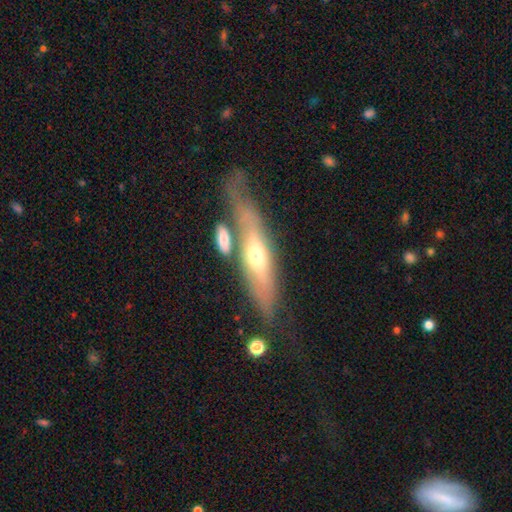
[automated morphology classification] A featured or disk galaxy (66%) viewed edge-on (64%). Merging: none (52%).